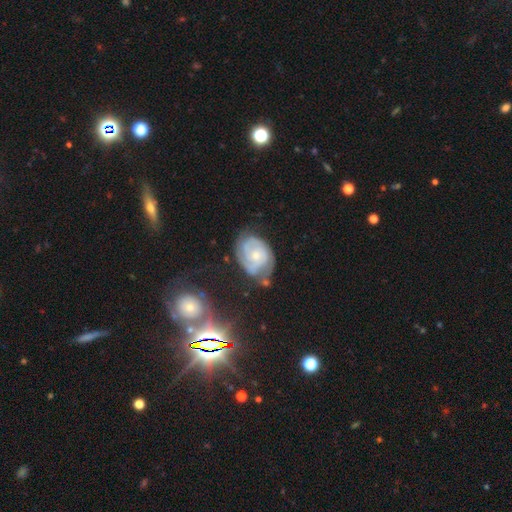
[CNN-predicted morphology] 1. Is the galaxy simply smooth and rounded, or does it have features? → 75% featured or disk, 19% smooth, 7% star or artifact.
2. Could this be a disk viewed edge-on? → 97% no, 3% yes.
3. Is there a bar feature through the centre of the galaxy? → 73% no, 23% weak, 4% strong.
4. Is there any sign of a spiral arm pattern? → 89% yes, 11% no.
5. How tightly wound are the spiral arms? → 58% tight, 33% medium, 9% loose.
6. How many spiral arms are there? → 36% 2, 30% can't tell, 21% 3, 5% 1, 4% 4, 3% more than 4.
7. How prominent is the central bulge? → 54% small, 40% moderate, 3% none, 2% large, 1% dominant.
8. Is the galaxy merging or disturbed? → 54% none, 28% minor disturbance, 13% major disturbance, 5% merger.